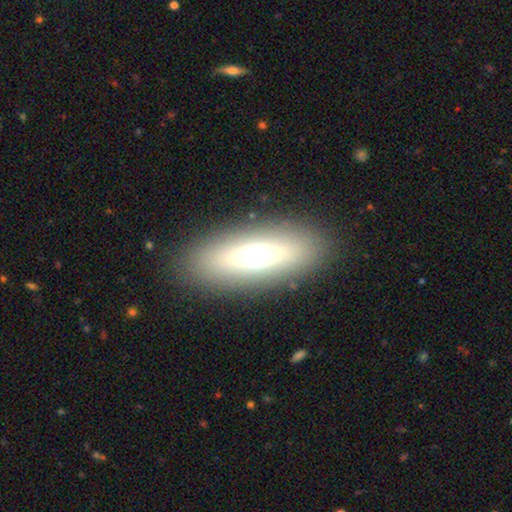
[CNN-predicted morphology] This appears to be a smooth galaxy with no disk features (63%) that is in between round and cigar-shaped (61%). Merging: none (88%).